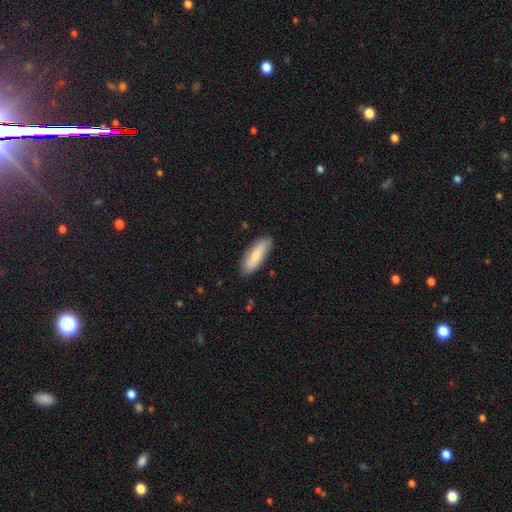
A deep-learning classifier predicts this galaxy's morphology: Smooth or featured: smooth — 76% (featured or disk — 18%)
How rounded: in between — 57% (cigar-shaped — 41%)
Merging: none — 83% (minor disturbance — 13%)